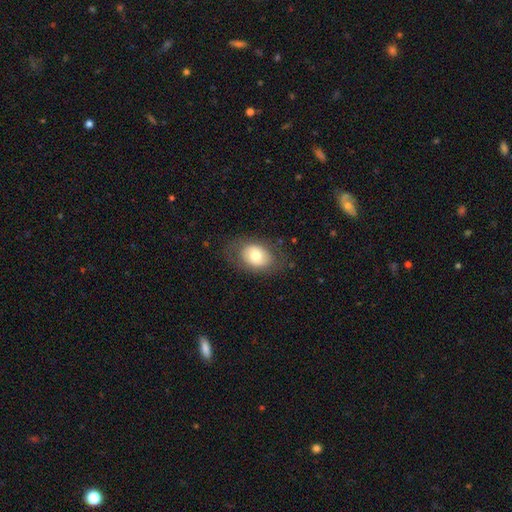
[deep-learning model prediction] This appears to be a smooth galaxy with no disk features (70%) that is in between round and cigar-shaped (75%). Merging: none (75%).